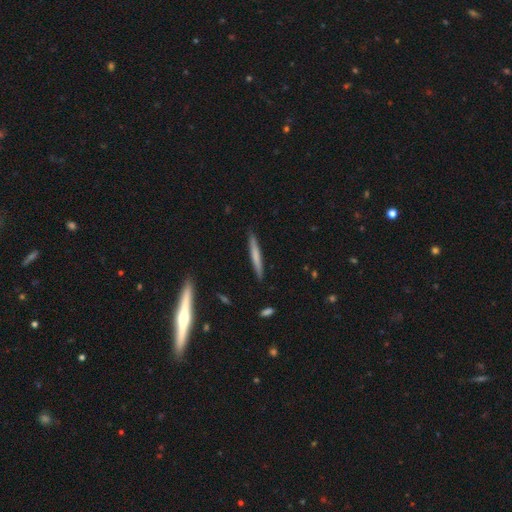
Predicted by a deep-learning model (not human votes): Smooth or featured? smooth (60%)
How rounded? cigar-shaped (96%)
Merging? none (89%)